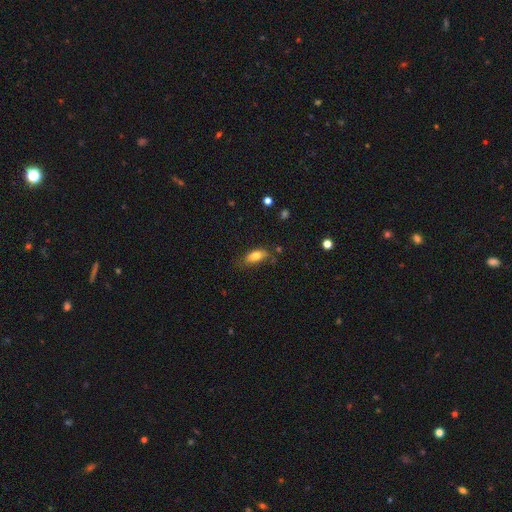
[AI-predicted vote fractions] Smooth or featured: smooth — 78% (featured or disk — 14%)
How rounded: in between — 81% (cigar-shaped — 16%)
Merging: none — 68% (minor disturbance — 22%)